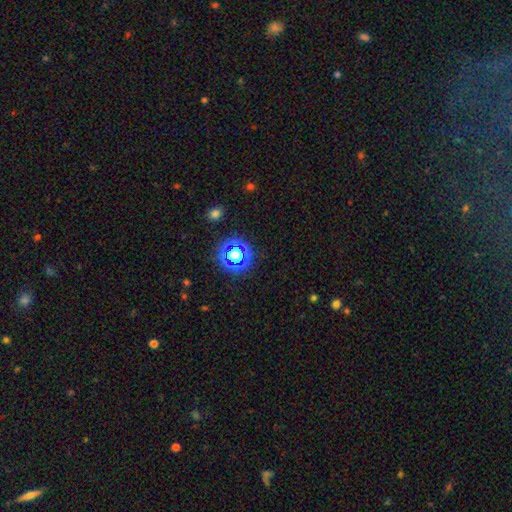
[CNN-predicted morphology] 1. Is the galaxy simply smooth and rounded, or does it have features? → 72% star or artifact, 20% smooth, 8% featured or disk.